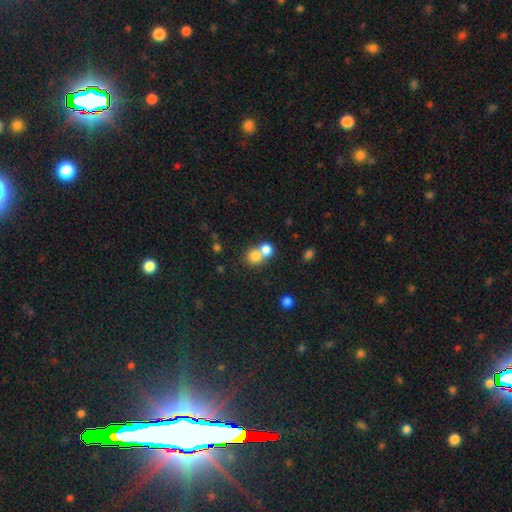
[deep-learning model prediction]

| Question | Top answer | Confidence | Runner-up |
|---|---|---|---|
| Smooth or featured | smooth | 77% | star or artifact (12%) |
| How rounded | round | 81% | in between (18%) |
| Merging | merger | 56% | none (36%) |